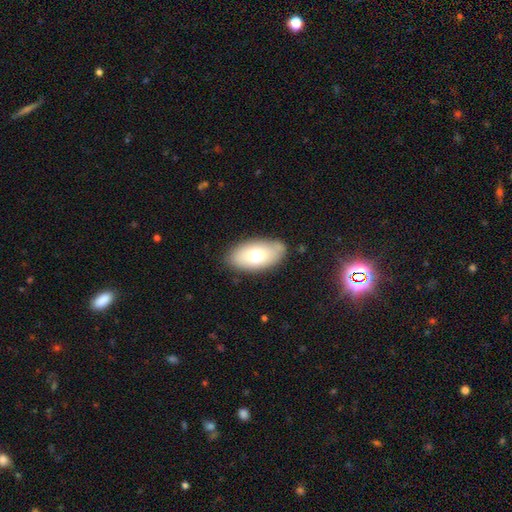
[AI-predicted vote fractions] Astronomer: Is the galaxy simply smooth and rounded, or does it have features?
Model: smooth — 69%.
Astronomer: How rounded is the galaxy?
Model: in between — 93%.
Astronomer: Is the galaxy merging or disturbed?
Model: none — 81%.